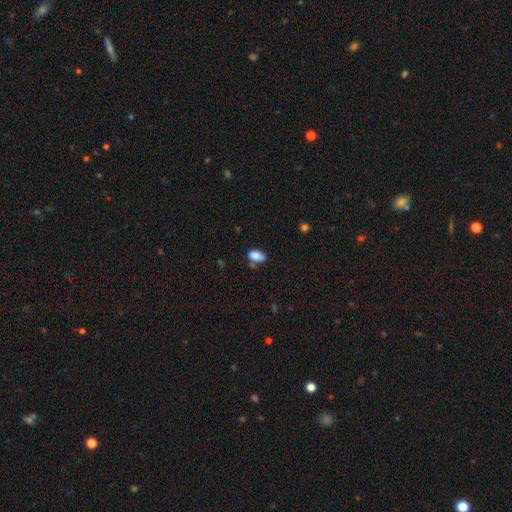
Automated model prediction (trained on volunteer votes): This appears to be a smooth galaxy with no disk features (85%) that is in between round and cigar-shaped (92%). Merging: none (60%).